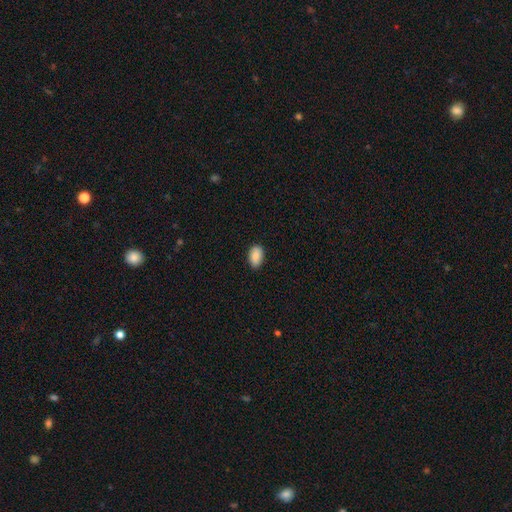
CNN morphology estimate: Q: Smooth or featured?
A: smooth (89%); runner-up: star or artifact (7%)
Q: How rounded?
A: in between (89%); runner-up: round (9%)
Q: Merging?
A: none (83%); runner-up: minor disturbance (14%)